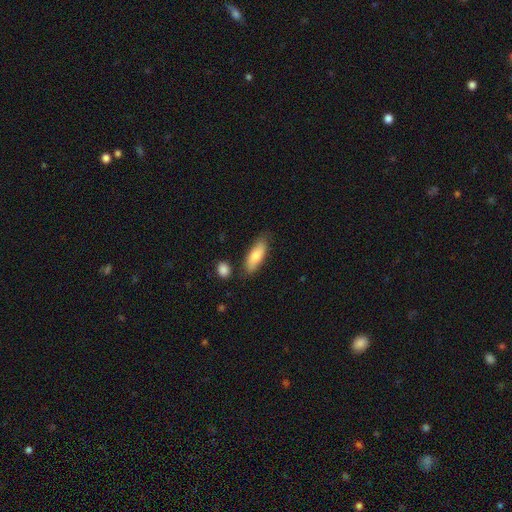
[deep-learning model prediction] smooth_or_featured: smooth (p=0.77) [alt: featured or disk p=0.17]
how_rounded: in between (p=0.64) [alt: cigar-shaped p=0.34]
merging: none (p=0.79) [alt: minor disturbance p=0.14]